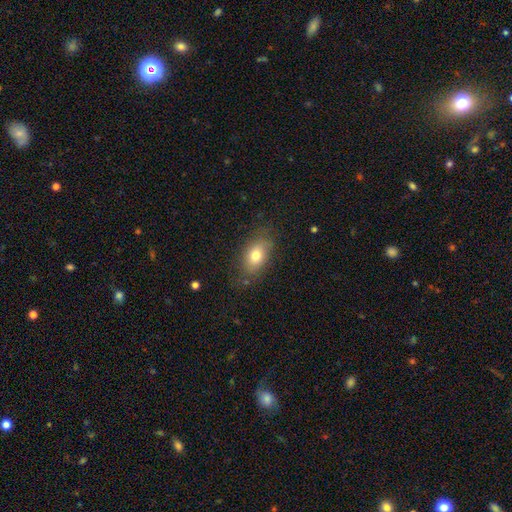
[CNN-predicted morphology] type=smooth (76%); roundness=in between (83%); merging=none (75%).